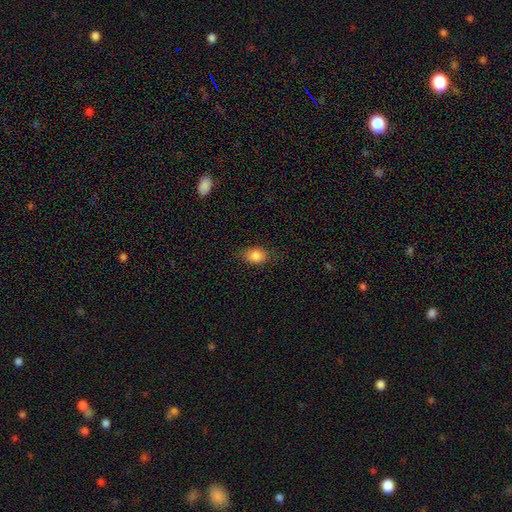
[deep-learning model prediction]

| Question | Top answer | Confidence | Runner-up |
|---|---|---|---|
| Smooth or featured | smooth | 84% | star or artifact (9%) |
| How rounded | in between | 74% | round (24%) |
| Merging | none | 79% | minor disturbance (16%) |